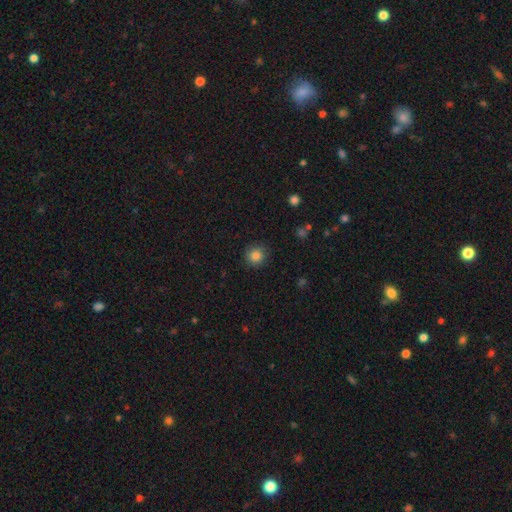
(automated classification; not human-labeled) A smooth galaxy with no disk features (85%) that is round (93%). Merging: none (90%).